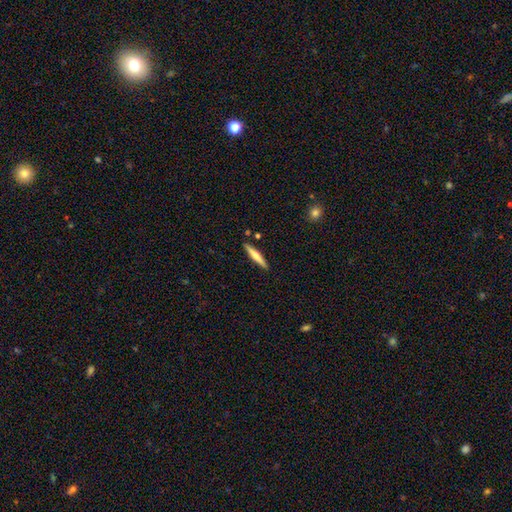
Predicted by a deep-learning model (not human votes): Smooth or featured? smooth (50%)
How rounded? cigar-shaped (92%)
Merging? none (89%)